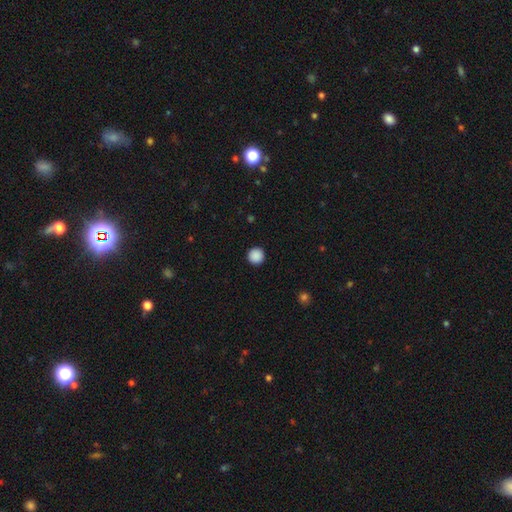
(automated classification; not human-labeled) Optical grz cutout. It shows a smooth galaxy with no disk features (89%) that is round (96%). Merging: none (94%).